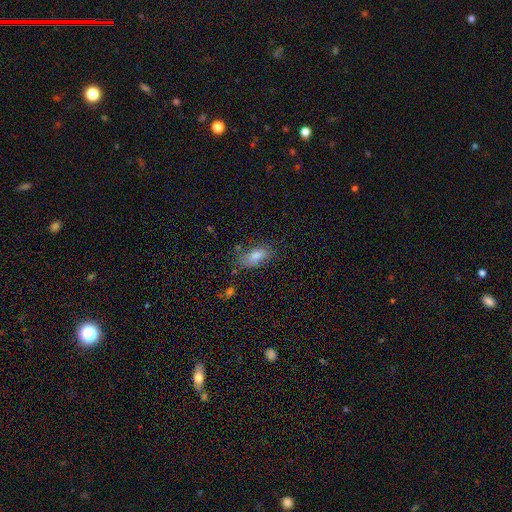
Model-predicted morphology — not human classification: Q: Smooth or featured?
A: smooth (73%); runner-up: featured or disk (15%)
Q: How rounded?
A: in between (85%); runner-up: cigar-shaped (10%)
Q: Merging?
A: none (72%); runner-up: minor disturbance (18%)